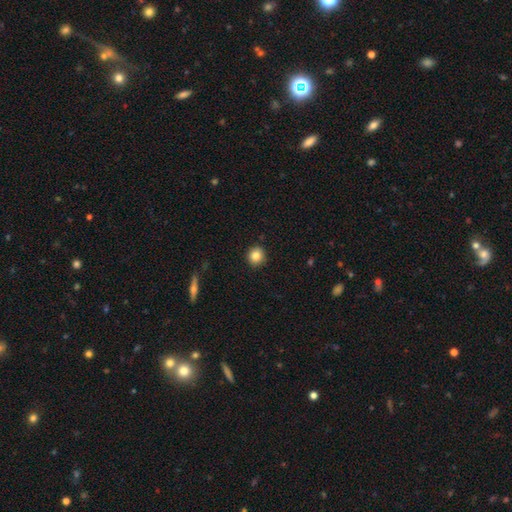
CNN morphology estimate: Smooth or featured? Predicted: smooth (p=0.84). How rounded? Predicted: round (p=0.90). Merging? Predicted: none (p=0.90).